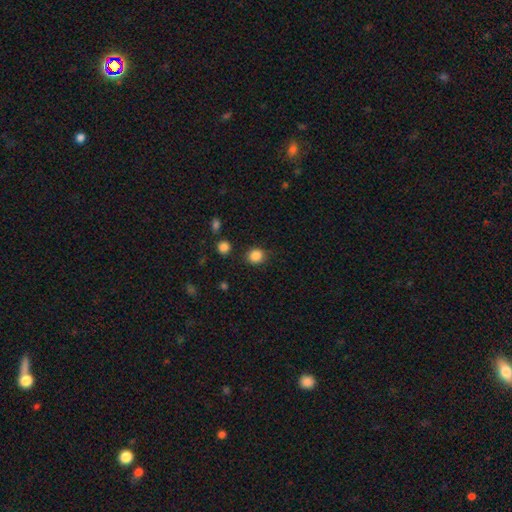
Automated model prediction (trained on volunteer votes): smooth-or-featured: smooth: 86% | star or artifact: 11% | featured or disk: 4%
  how-rounded: round: 79% | in between: 20% | cigar-shaped: 1%
  merging: none: 83% | minor disturbance: 11% | major disturbance: 3% | merger: 3%